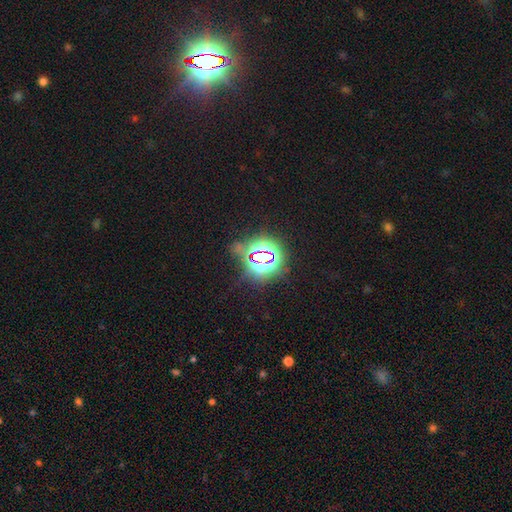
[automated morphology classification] Overall: star or artifact (80%).